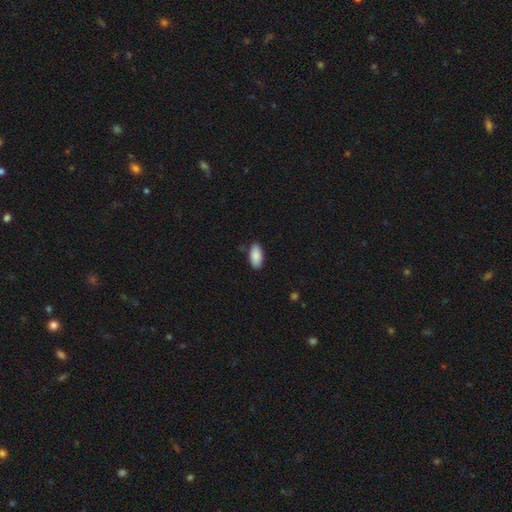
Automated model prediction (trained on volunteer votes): smooth 89%, star or artifact 6%, featured or disk 5%. Down the decision tree: how rounded — in between (93%); merging — none (85%).